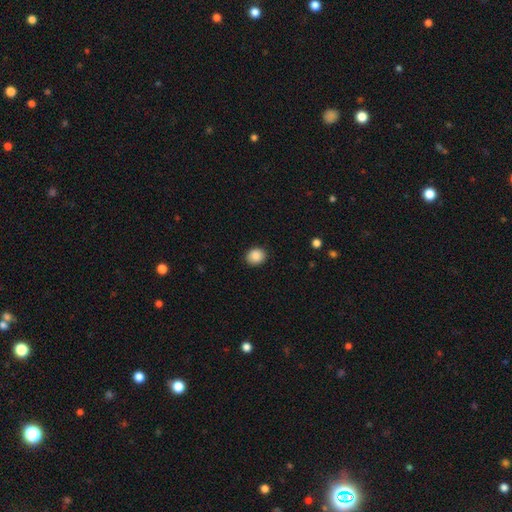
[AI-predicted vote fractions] Smooth or featured? smooth (89%)
How rounded? round (67%)
Merging? none (89%)